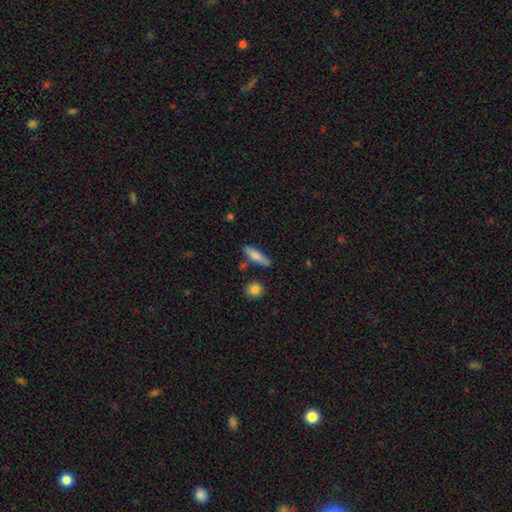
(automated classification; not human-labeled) Morphology: type=smooth (77%); roundness=cigar-shaped (70%); merging=none (77%).